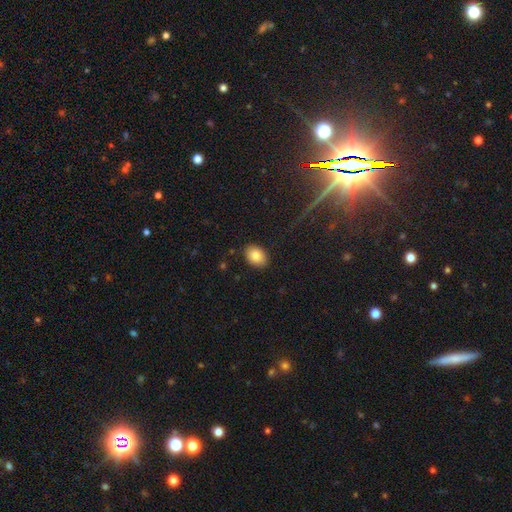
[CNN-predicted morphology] The model was most divided on "how rounded": in between: 75%, round: 24%, cigar-shaped: 1%. More confident: merging — none (87%); smooth or featured — smooth (84%).